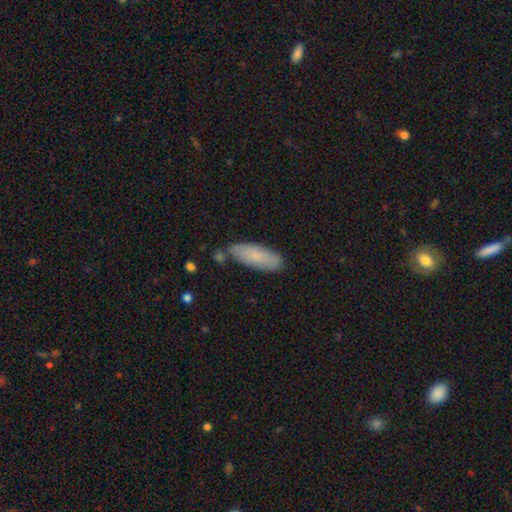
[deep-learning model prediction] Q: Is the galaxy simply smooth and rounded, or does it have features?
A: smooth — 81%.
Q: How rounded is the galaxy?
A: in between — 63%.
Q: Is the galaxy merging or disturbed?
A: none — 75%.